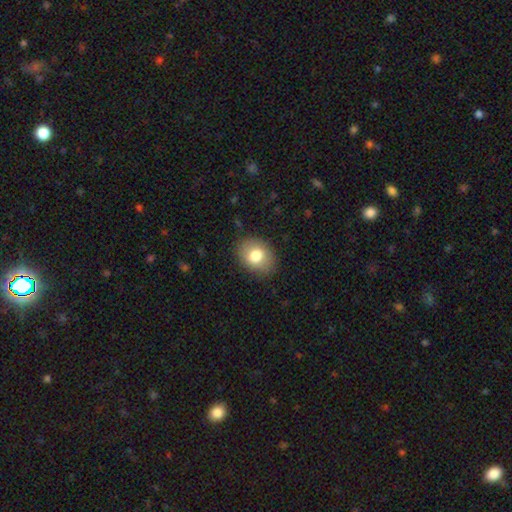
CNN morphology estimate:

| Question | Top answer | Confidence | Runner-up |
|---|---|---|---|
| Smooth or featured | smooth | 79% | featured or disk (13%) |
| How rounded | in between | 61% | round (38%) |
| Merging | none | 85% | minor disturbance (11%) |